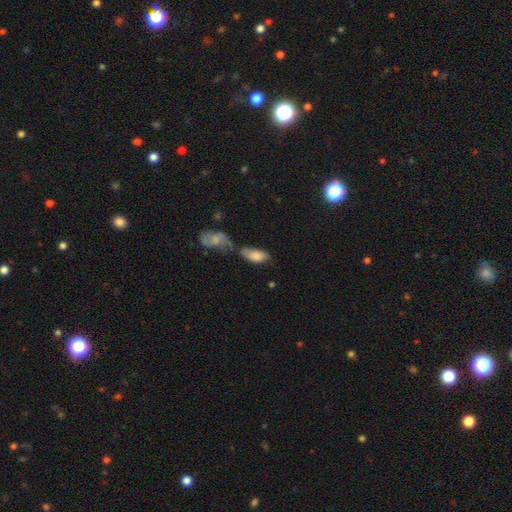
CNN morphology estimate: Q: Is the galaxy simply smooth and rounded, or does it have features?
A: smooth — 74%.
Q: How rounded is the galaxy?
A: in between — 89%.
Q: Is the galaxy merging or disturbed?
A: merger — 41%.